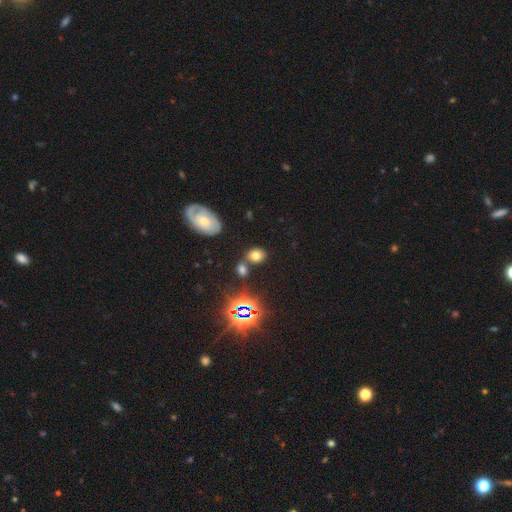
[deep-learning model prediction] Overall: smooth (66%). How rounded: round (51%; in between 47%). Merging: none (65%).